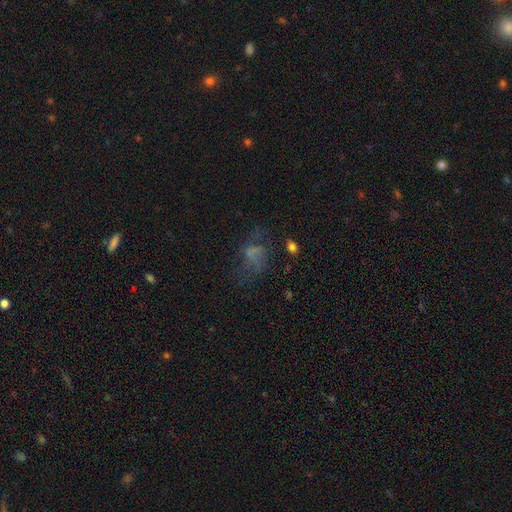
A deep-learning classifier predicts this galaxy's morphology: Q: Smooth or featured?
A: smooth (43%); runner-up: featured or disk (32%)
Q: Merging?
A: none (40%); runner-up: major disturbance (35%)